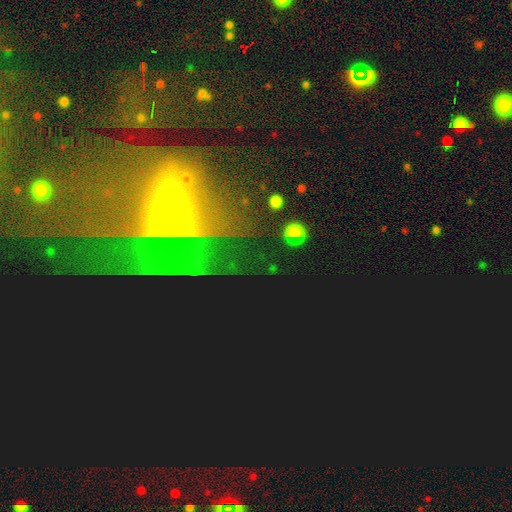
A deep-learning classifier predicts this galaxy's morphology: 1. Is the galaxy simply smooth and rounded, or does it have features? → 44% star or artifact, 40% featured or disk, 16% smooth.